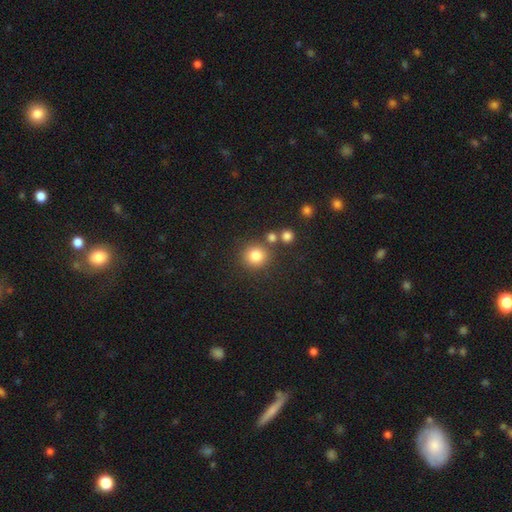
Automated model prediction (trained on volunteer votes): Smooth or featured? Predicted: smooth (p=0.82). How rounded? Predicted: round (p=0.91). Merging? Predicted: none (p=0.78).